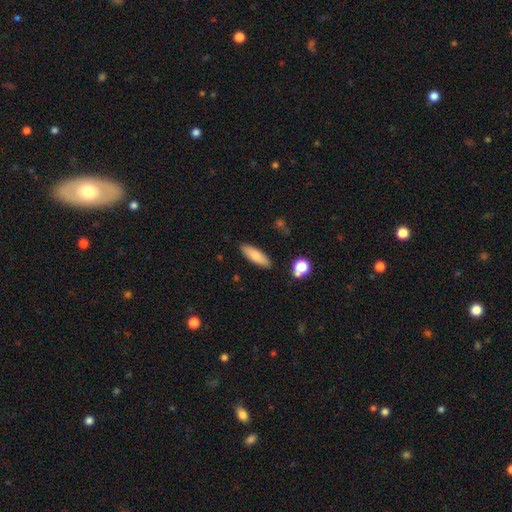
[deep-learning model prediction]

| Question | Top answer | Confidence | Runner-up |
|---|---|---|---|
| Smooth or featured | smooth | 81% | featured or disk (12%) |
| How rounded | cigar-shaped | 50% | in between (48%) |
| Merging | none | 87% | minor disturbance (9%) |